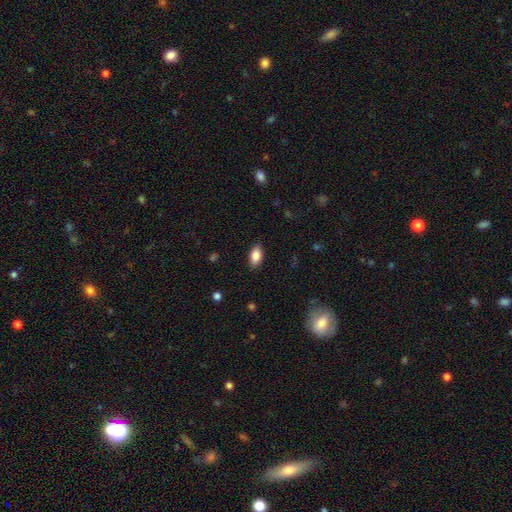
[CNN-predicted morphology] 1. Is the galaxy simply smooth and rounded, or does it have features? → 85% smooth, 7% featured or disk, 7% star or artifact.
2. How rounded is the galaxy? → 92% in between, 4% cigar-shaped, 4% round.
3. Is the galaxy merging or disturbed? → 87% none, 10% minor disturbance, 2% major disturbance, 1% merger.